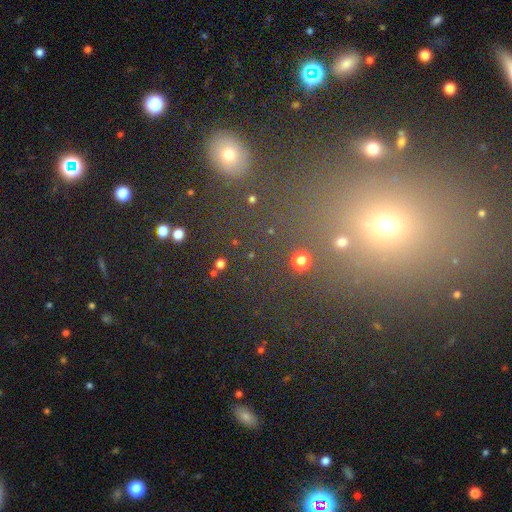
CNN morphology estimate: A star or artifact, not a galaxy (47%).

Vote fractions:
- Smooth or featured? star or artifact: 47% / smooth: 42% / featured or disk: 11%